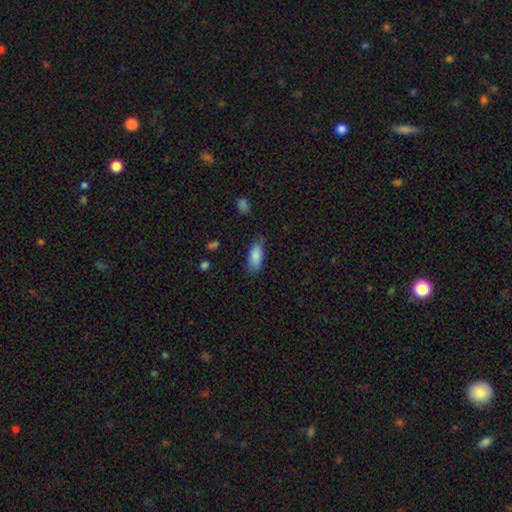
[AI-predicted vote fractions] The model was most divided on "merging": none: 78%, minor disturbance: 17%, major disturbance: 4%, merger: 2%. More confident: smooth or featured — smooth (86%); how rounded — in between (83%).